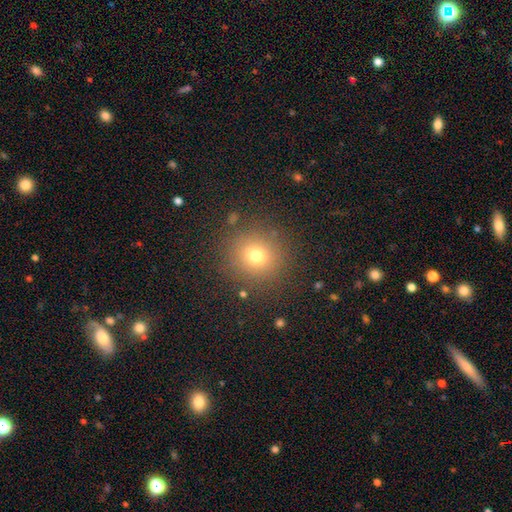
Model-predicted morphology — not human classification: Smooth or featured? smooth (72%)
How rounded? round (92%)
Merging? none (87%)